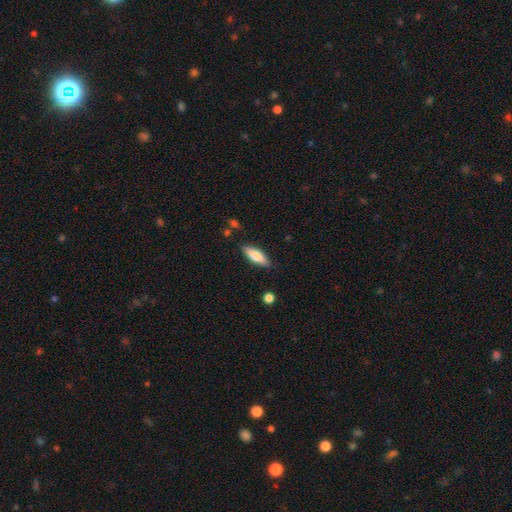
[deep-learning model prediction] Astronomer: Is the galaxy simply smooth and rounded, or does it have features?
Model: smooth — 69%.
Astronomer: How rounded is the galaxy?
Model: in between — 55% (runner-up: cigar-shaped, 43%).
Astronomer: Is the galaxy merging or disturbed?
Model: none — 85%.